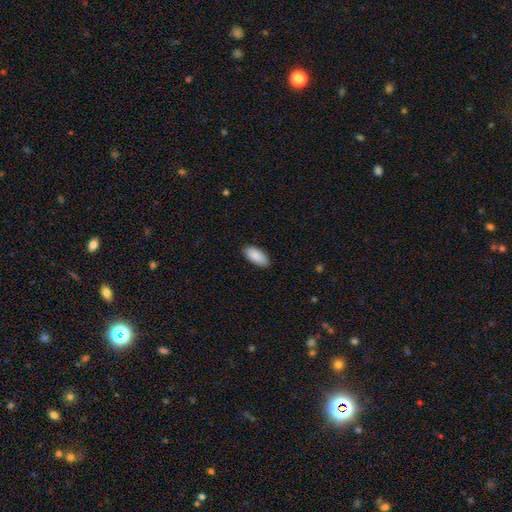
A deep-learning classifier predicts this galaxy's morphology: smooth_or_featured: smooth (p=0.90) [alt: star or artifact p=0.06]
how_rounded: in between (p=0.91) [alt: cigar-shaped p=0.07]
merging: none (p=0.87) [alt: minor disturbance p=0.10]